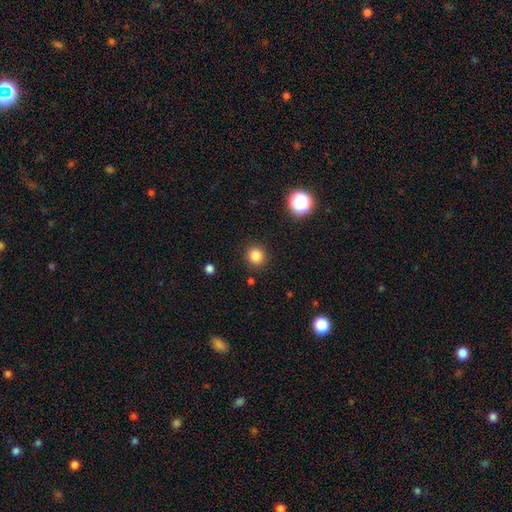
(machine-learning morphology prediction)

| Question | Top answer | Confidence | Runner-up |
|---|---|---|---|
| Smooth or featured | smooth | 83% | star or artifact (12%) |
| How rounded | round | 89% | in between (10%) |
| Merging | none | 89% | minor disturbance (7%) |